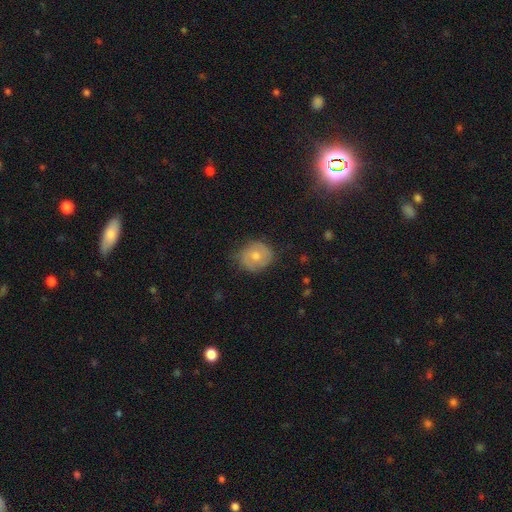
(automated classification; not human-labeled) Smooth or featured: smooth — 59% (featured or disk — 33%)
How rounded: round — 77% (in between — 22%)
Merging: none — 70% (minor disturbance — 23%)